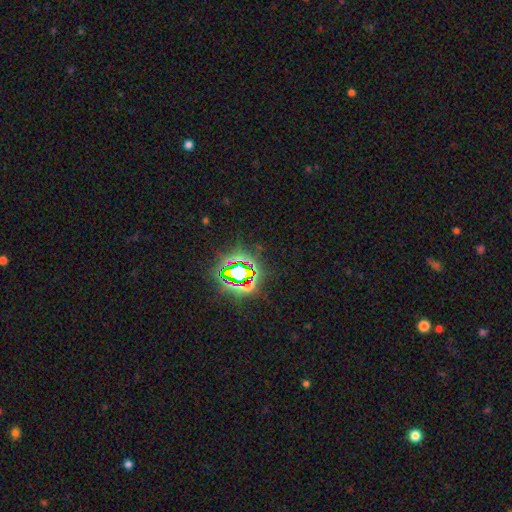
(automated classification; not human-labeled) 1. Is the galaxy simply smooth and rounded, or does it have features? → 82% star or artifact, 10% smooth, 8% featured or disk.